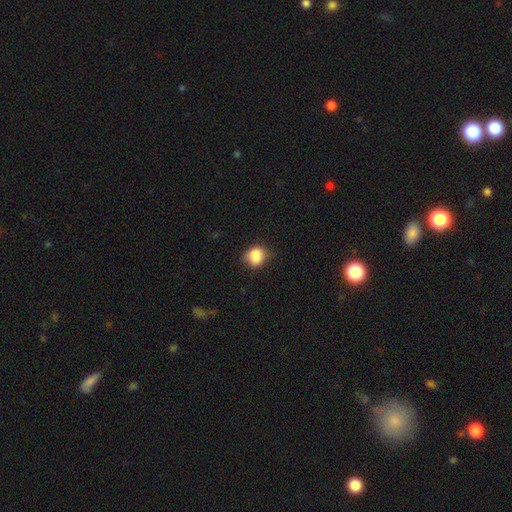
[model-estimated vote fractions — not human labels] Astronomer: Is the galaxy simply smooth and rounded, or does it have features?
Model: smooth — 82%.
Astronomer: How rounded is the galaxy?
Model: round — 61% (runner-up: in between, 37%).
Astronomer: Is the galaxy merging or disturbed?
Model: none — 53% (runner-up: minor disturbance, 28%).